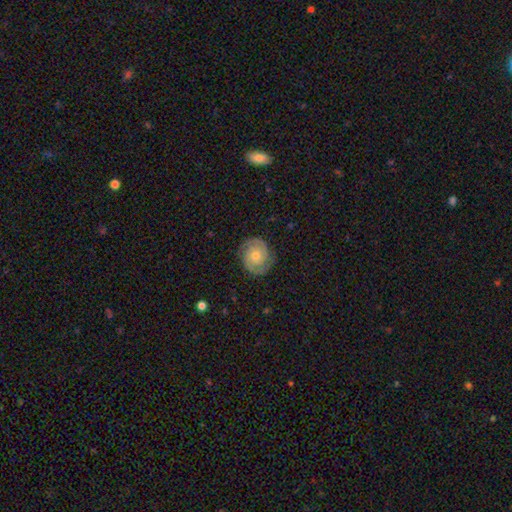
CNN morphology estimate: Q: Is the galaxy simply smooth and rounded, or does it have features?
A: featured or disk — 81%.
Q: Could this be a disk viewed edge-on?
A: no — 98%.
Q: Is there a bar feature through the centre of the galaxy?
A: no — 76%.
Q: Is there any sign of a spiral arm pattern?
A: yes — 95%.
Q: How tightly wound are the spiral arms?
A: tight — 66%.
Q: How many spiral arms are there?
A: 2 — 88%.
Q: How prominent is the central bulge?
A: moderate — 55%.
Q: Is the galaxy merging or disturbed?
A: none — 85%.